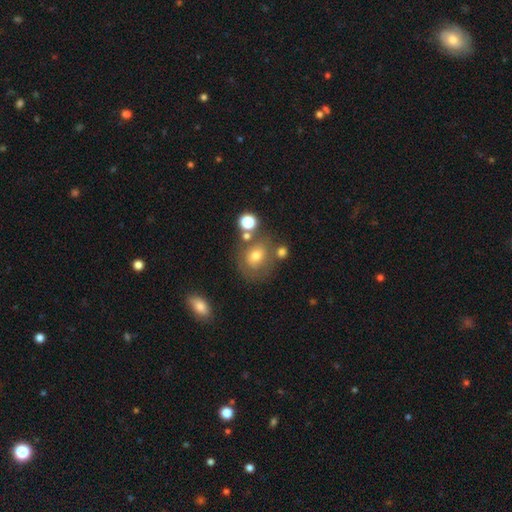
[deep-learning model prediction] A smooth galaxy with no disk features (62%) that is round (60%). Merging: none (60%).